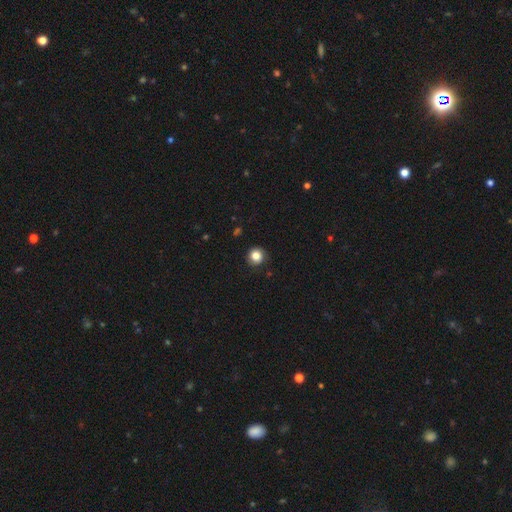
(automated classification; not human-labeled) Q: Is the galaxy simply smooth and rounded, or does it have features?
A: smooth — 84%.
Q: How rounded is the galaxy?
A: round — 94%.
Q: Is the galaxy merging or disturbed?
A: none — 91%.